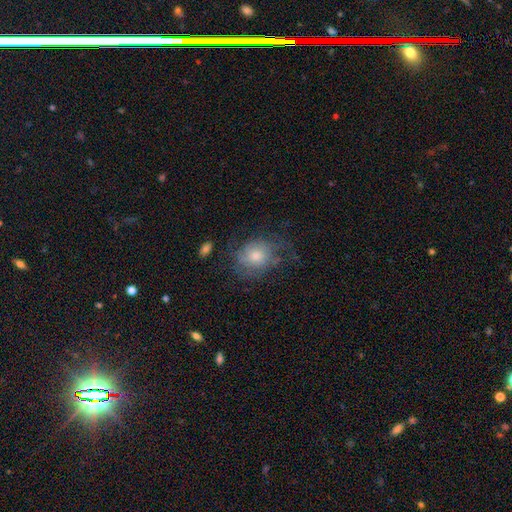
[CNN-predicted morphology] smooth_or_featured: featured or disk (p=0.45) [alt: smooth p=0.43]
merging: none (p=0.54) [alt: minor disturbance p=0.24]